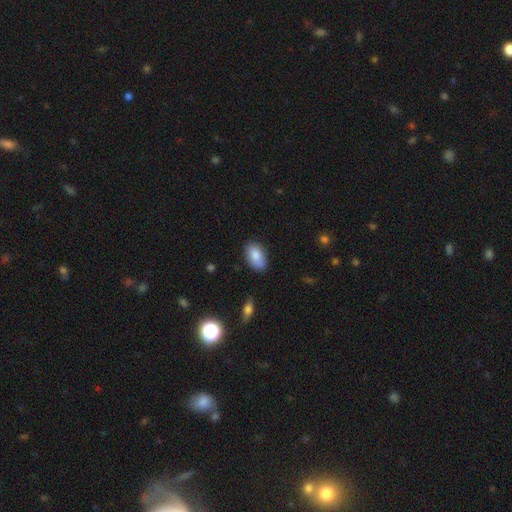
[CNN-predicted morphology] This appears to be a smooth galaxy with no disk features (83%) that is in between round and cigar-shaped (93%). Merging: none (78%).